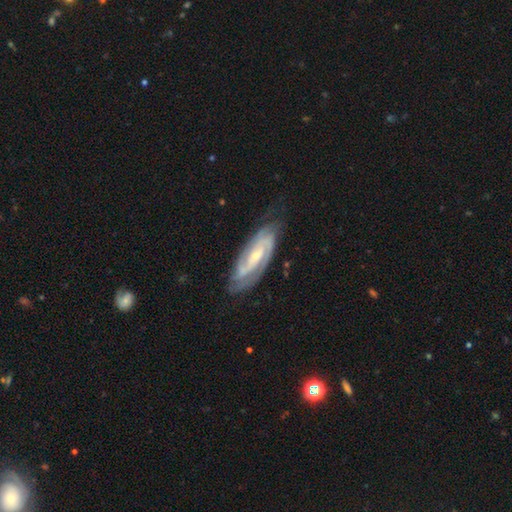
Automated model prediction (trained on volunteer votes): Morphology: type=featured or disk (85%); edge-on=no (90%); bar=weak (41%); spiral arms=yes (96%); winding=tight (56%); arm count=2 (60%); bulge=small (58%); merging=none (74%).